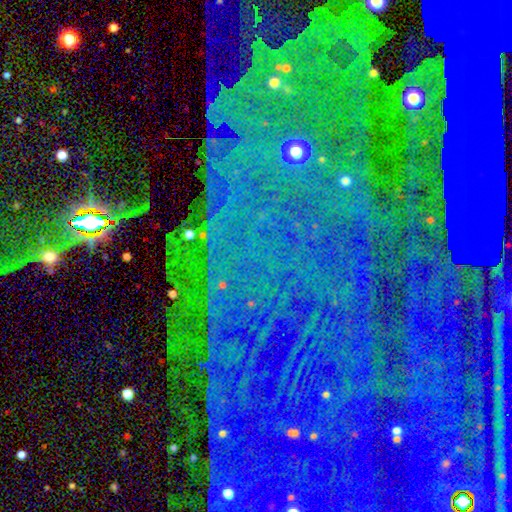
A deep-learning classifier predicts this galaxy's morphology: A star or artifact, not a galaxy (85%).

Vote fractions:
- Smooth or featured? star or artifact: 85% / featured or disk: 8% / smooth: 7%